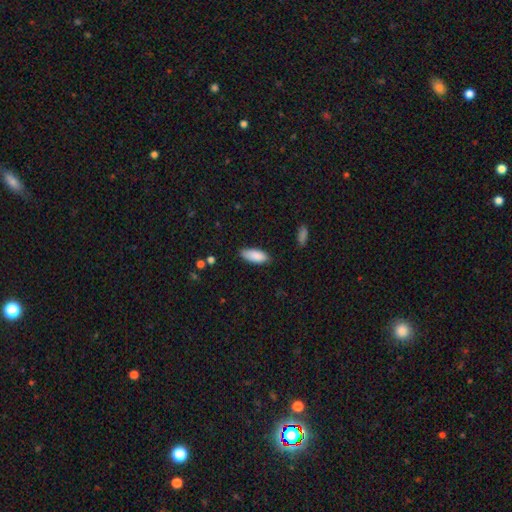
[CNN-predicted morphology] This appears to be a smooth galaxy with no disk features (88%) that is in between round and cigar-shaped (83%). Merging: none (80%).